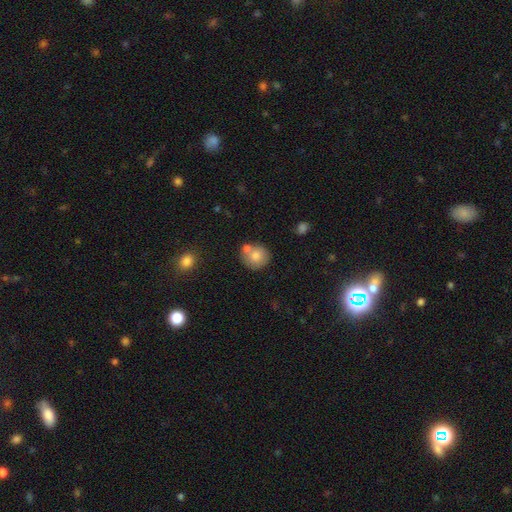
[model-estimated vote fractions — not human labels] smooth 78%, featured or disk 14%, star or artifact 8%. Down the decision tree: how rounded — round (86%); merging — none (58%).